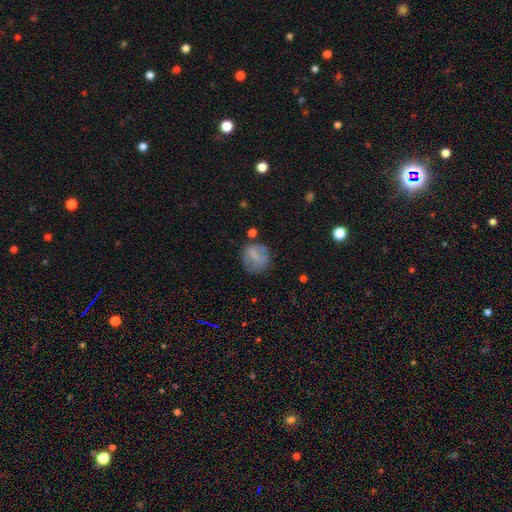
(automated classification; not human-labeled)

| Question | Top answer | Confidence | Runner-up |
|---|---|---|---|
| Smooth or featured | smooth | 63% | featured or disk (26%) |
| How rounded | round | 76% | in between (23%) |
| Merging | none | 59% | minor disturbance (22%) |